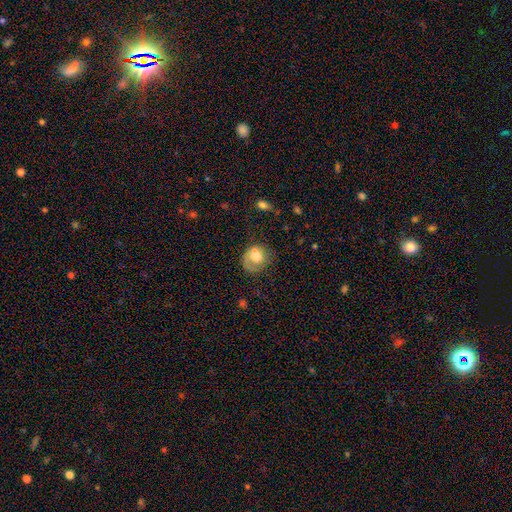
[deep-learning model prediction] Overall: smooth (61%; featured or disk 31%). How rounded: round (64%; in between 35%). Merging: none (45%; minor disturbance 26%).